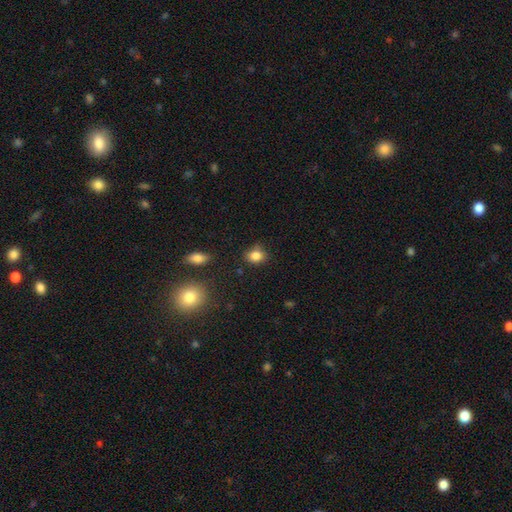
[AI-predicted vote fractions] Morphology: type=smooth (84%); roundness=round (52%); merging=none (72%).